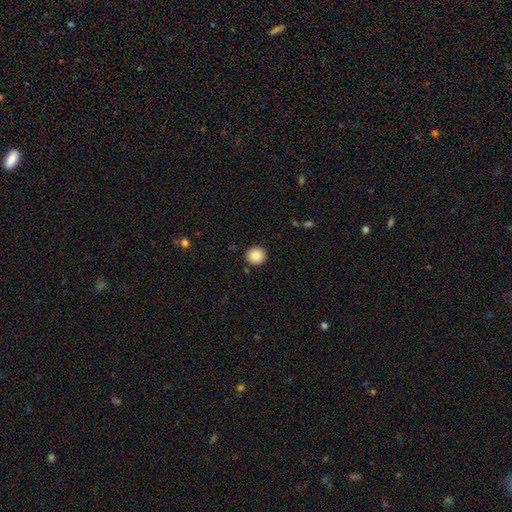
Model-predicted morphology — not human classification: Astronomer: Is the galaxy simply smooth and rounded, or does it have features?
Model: smooth — 89%.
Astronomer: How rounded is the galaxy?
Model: round — 93%.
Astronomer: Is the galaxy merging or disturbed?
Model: none — 90%.